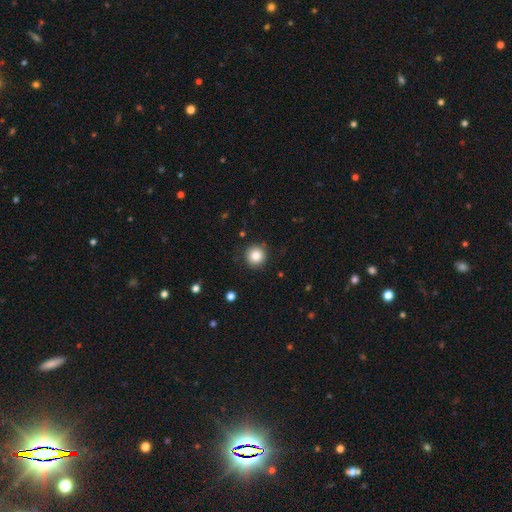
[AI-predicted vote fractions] Overall: smooth (84%). How rounded: round (95%). Merging: none (88%).